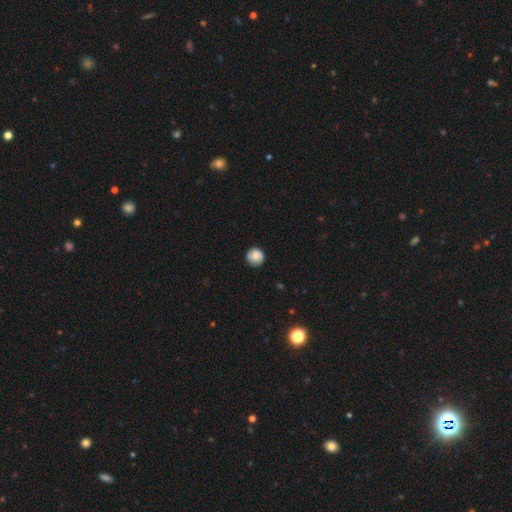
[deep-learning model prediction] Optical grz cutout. It shows a smooth galaxy with no disk features (80%) that is round (93%). Merging: none (81%).